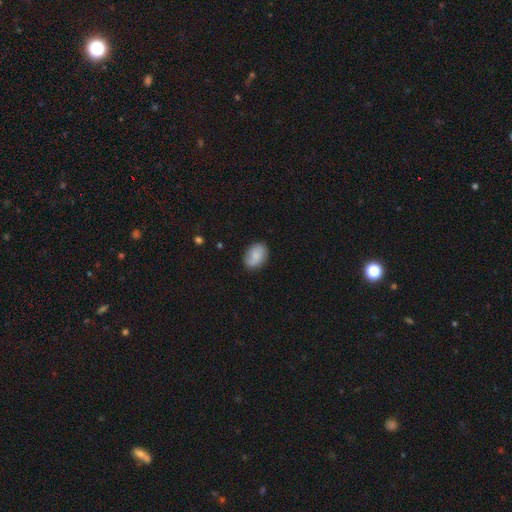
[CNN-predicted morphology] This is likely a smooth galaxy (64%). How rounded: likely in between (74%). Merging: likely none (76%).